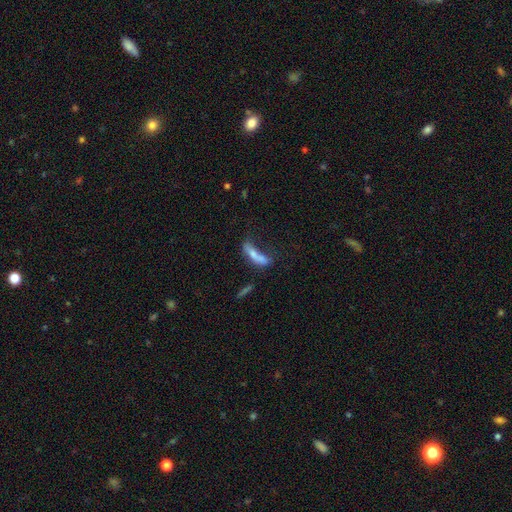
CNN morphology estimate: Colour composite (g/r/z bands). It shows a smooth galaxy with no disk features (61%) that is cigar-shaped (62%). Merging: none (30%).